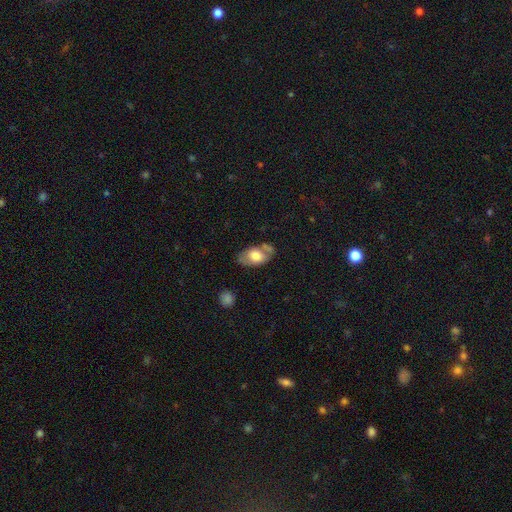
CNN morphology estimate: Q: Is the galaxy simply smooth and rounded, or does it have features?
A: smooth — 61%.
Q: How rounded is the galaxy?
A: in between — 92%.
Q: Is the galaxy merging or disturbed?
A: none — 54%.